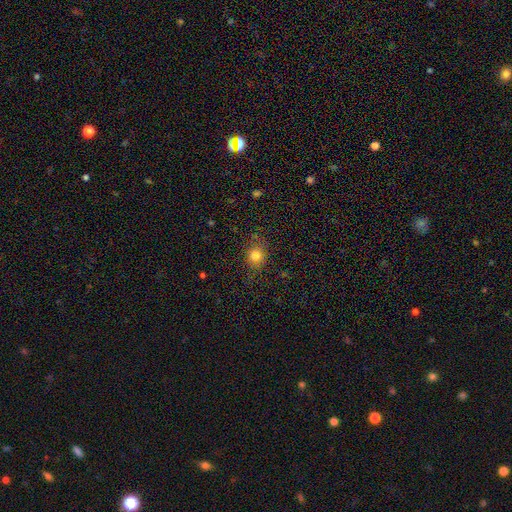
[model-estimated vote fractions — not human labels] The model was most divided on "how rounded": round: 73%, in between: 26%, cigar-shaped: 1%. More confident: smooth or featured — smooth (81%); merging — none (81%).